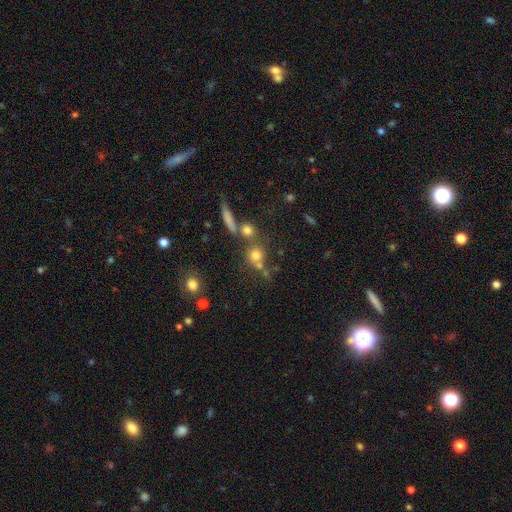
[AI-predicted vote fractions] This appears to be a smooth galaxy with no disk features (66%) that is round (86%). Merging: none (59%).